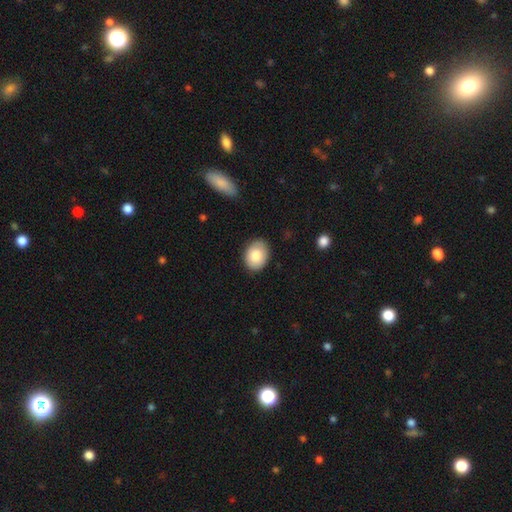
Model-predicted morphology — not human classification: Smooth or featured? smooth (82%)
How rounded? in between (71%)
Merging? none (85%)